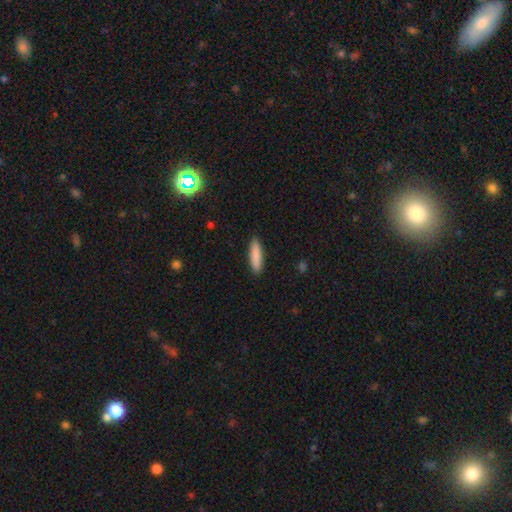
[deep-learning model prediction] Smooth or featured?
  - smooth: 87% *
  - featured or disk: 7%
  - star or artifact: 6%
How rounded?
  - cigar-shaped: 74% *
  - in between: 24%
  - round: 1%
Merging?
  - none: 90% *
  - minor disturbance: 7%
  - major disturbance: 2%
  - merger: 1%